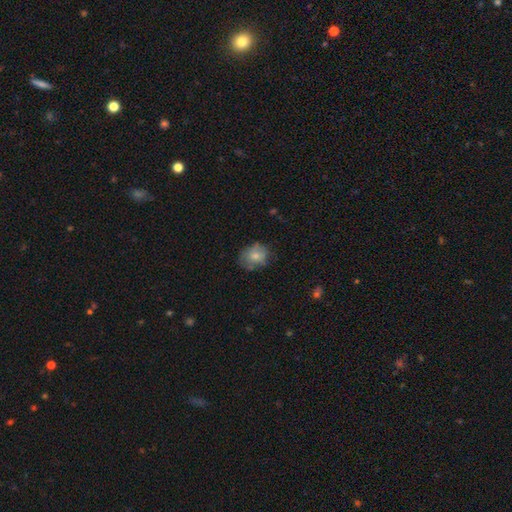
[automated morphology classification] Smooth or featured?
  - smooth: 71% *
  - featured or disk: 20%
  - star or artifact: 9%
How rounded?
  - round: 59% *
  - in between: 40%
  - cigar-shaped: 1%
Merging?
  - none: 60% *
  - minor disturbance: 27%
  - major disturbance: 11%
  - merger: 2%